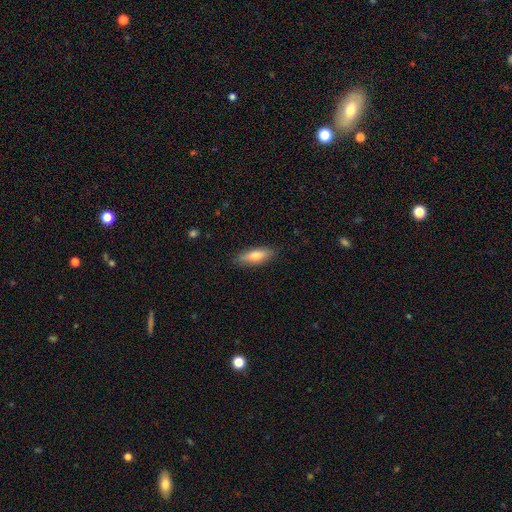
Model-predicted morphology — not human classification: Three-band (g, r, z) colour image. It shows a smooth galaxy with no disk features (69%) that is in between round and cigar-shaped (52%). Merging: none (87%).